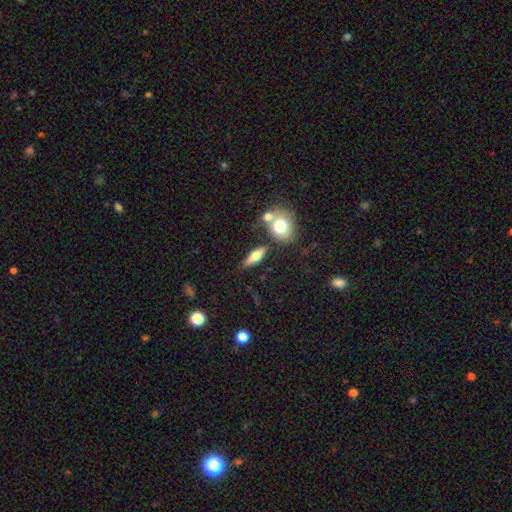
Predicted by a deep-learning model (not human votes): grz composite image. It shows a smooth galaxy with no disk features (52%) that is in between round and cigar-shaped (48%). Merging: none (71%).